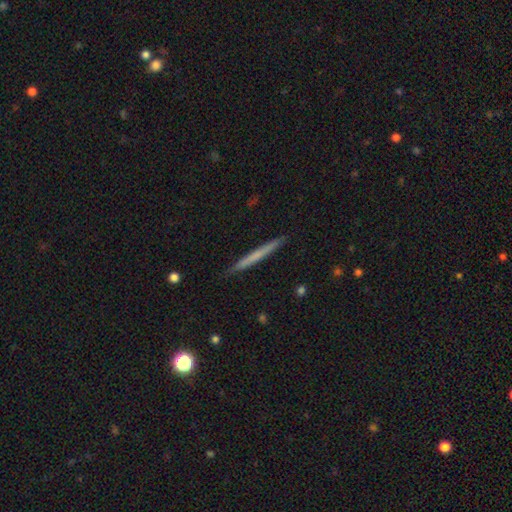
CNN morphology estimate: Smooth or featured? smooth (55%)
How rounded? cigar-shaped (97%)
Merging? none (91%)